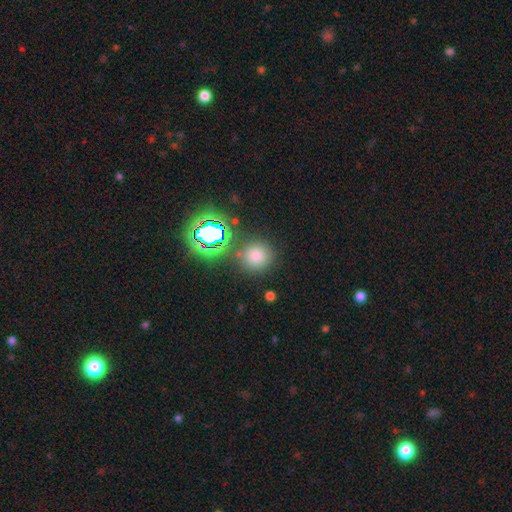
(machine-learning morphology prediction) Q: Smooth or featured?
A: smooth (72%); runner-up: star or artifact (21%)
Q: How rounded?
A: round (91%); runner-up: in between (8%)
Q: Merging?
A: none (80%); runner-up: minor disturbance (9%)